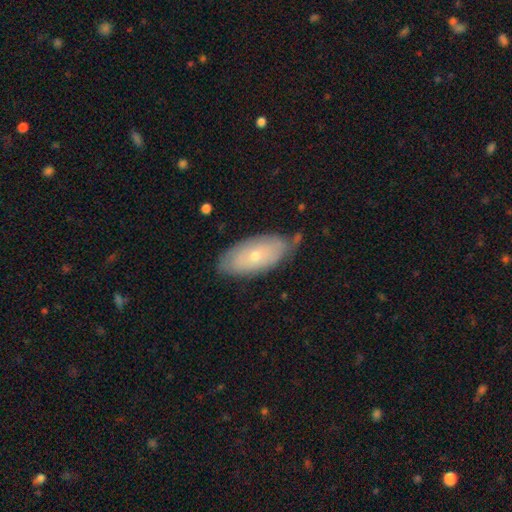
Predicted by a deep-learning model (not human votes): Morphology: type=smooth (54%); roundness=in between (90%); merging=none (69%).